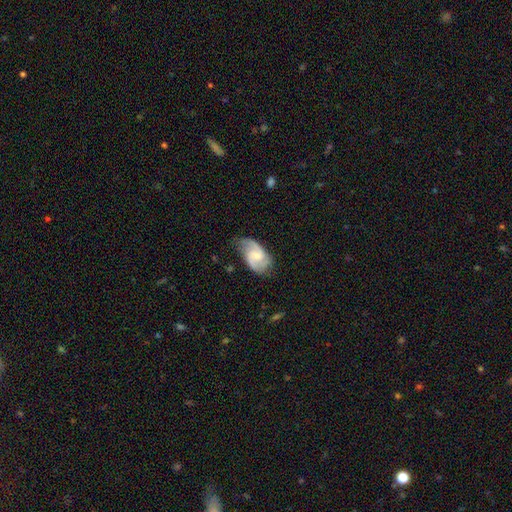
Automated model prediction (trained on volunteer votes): Smooth or featured? Predicted: featured or disk (p=0.79). Edge-on disk? Predicted: no (p=0.97). Bar? Predicted: weak (p=0.49). Spiral arms? Predicted: yes (p=0.96). Spiral winding? Predicted: medium (p=0.52). Spiral arm count? Predicted: 2 (p=0.83). Bulge size? Predicted: small (p=0.47). Merging? Predicted: none (p=0.64).